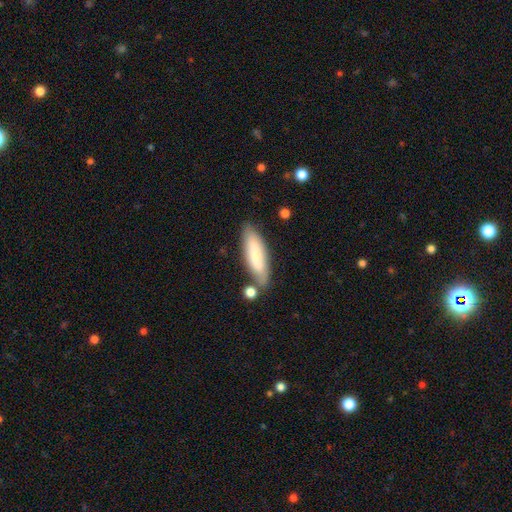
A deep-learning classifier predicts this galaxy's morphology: A smooth galaxy with no disk features (71%) that is cigar-shaped (57%). Merging: none (71%).